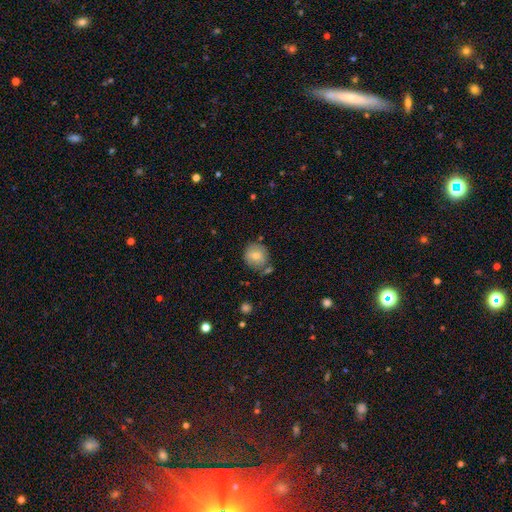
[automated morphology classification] A smooth galaxy with no disk features (76%) that is round (86%).

Vote fractions:
- Smooth or featured? smooth: 76% / featured or disk: 16% / star or artifact: 9%
- How rounded? round: 86% / in between: 13% / cigar-shaped: 1%
- Merging? none: 68% / minor disturbance: 16% / merger: 12% / major disturbance: 4%